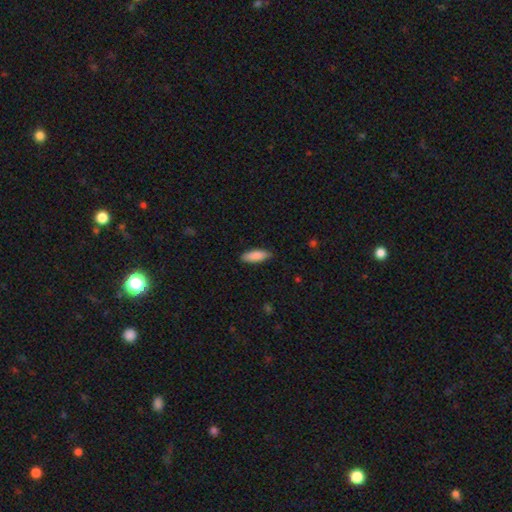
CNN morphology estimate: Smooth or featured? Predicted: smooth (p=0.88). How rounded? Predicted: in between (p=0.66). Merging? Predicted: none (p=0.86).